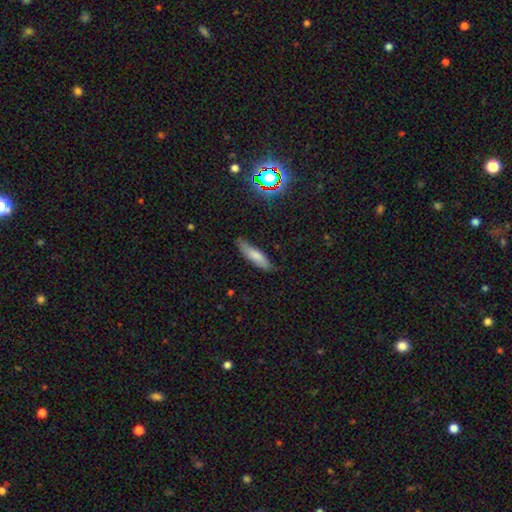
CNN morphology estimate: Q: Smooth or featured?
A: smooth (75%); runner-up: featured or disk (17%)
Q: How rounded?
A: cigar-shaped (68%); runner-up: in between (30%)
Q: Merging?
A: none (76%); runner-up: minor disturbance (19%)